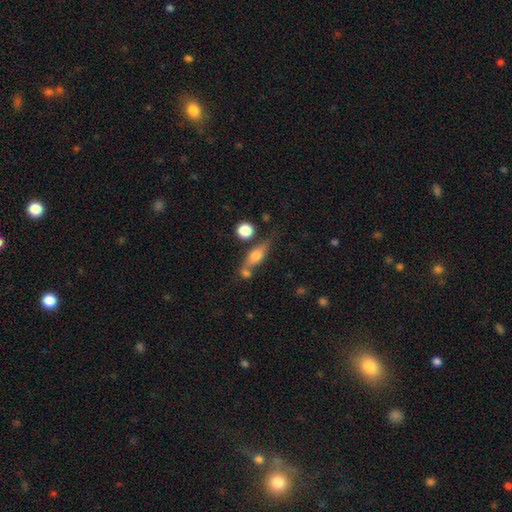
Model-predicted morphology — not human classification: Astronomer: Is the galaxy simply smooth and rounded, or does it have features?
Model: smooth — 57% (runner-up: featured or disk, 34%).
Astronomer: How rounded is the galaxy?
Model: in between — 54% (runner-up: cigar-shaped, 36%).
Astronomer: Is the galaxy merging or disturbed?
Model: none — 54%.